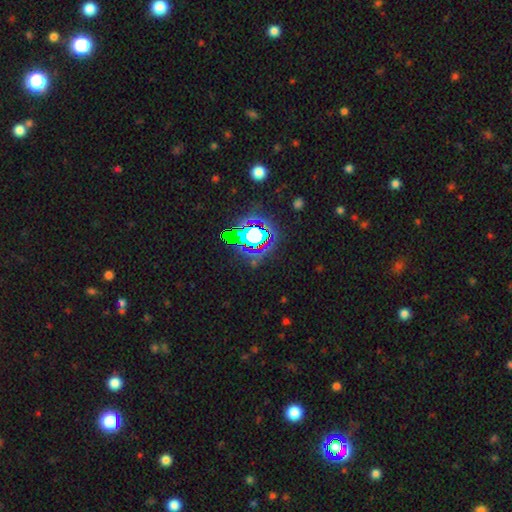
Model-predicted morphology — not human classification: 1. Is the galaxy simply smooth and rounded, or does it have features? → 79% star or artifact, 13% smooth, 8% featured or disk.